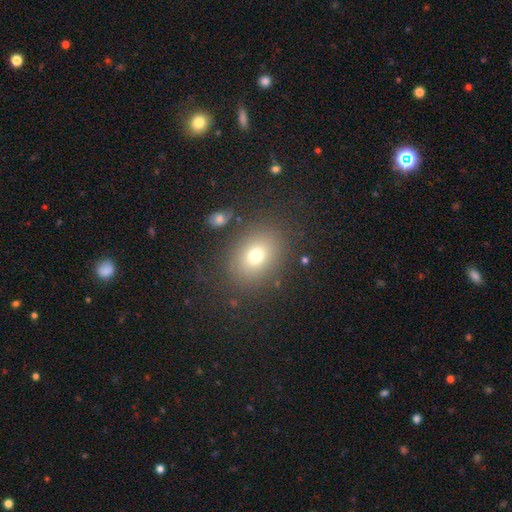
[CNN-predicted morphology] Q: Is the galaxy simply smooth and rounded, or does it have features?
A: smooth — 73%.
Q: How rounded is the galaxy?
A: in between — 55%.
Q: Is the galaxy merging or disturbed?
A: none — 83%.